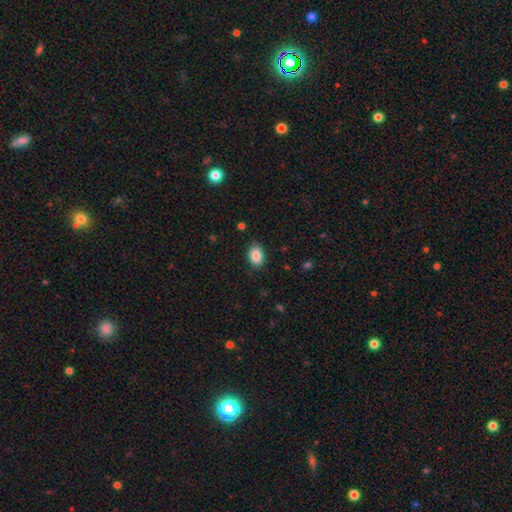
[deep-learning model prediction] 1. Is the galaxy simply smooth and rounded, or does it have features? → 87% smooth, 7% star or artifact, 5% featured or disk.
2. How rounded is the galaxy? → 85% in between, 14% round, 1% cigar-shaped.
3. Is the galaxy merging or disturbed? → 84% none, 13% minor disturbance, 3% major disturbance, 1% merger.